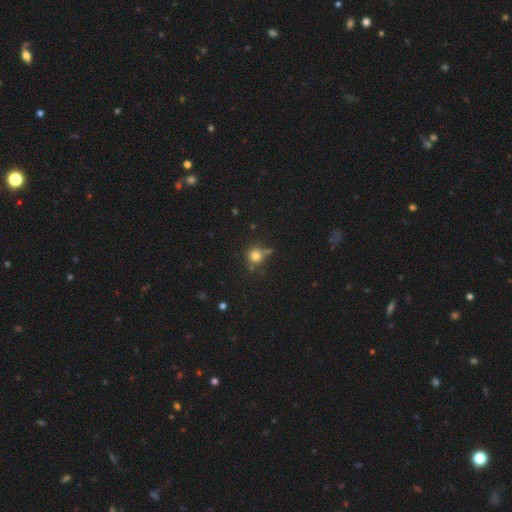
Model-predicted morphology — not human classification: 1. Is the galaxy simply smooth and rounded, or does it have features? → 77% smooth, 15% star or artifact, 9% featured or disk.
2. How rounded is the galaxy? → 89% round, 9% in between, 1% cigar-shaped.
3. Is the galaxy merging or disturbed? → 65% none, 17% minor disturbance, 12% merger, 6% major disturbance.